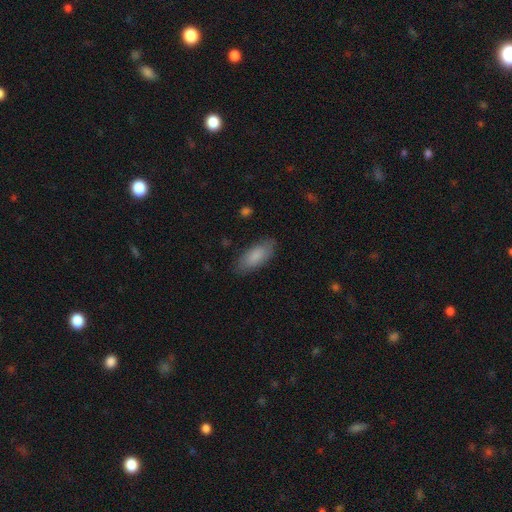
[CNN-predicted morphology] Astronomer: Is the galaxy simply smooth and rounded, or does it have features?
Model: smooth — 83%.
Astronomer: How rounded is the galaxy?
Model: in between — 84%.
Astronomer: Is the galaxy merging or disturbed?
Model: none — 82%.